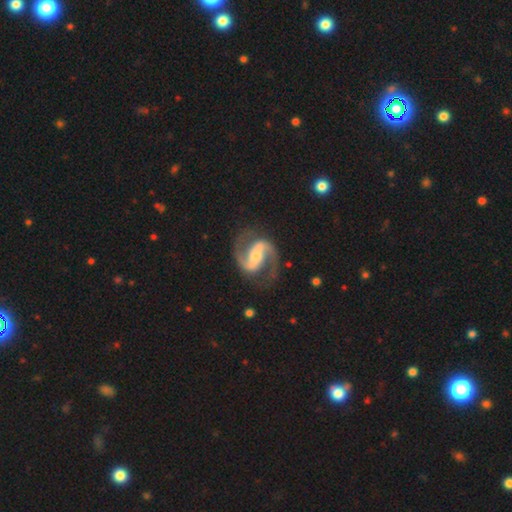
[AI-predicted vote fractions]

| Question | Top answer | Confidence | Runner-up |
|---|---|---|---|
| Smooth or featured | featured or disk | 92% | smooth (4%) |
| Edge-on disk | no | 98% | yes (2%) |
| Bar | strong | 54% | weak (30%) |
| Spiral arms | yes | 98% | no (2%) |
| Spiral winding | medium | 60% | loose (23%) |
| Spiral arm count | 2 | 94% | can't tell (2%) |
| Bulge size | moderate | 52% | small (38%) |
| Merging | none | 81% | minor disturbance (12%) |